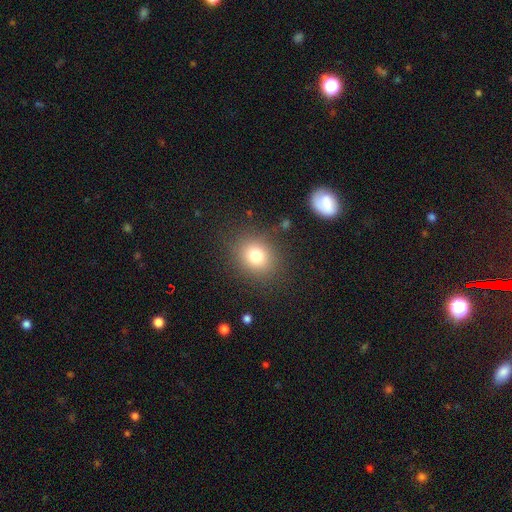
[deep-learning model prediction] smooth 77%, star or artifact 14%, featured or disk 9%. Down the decision tree: how rounded — round (71%); merging — none (85%).